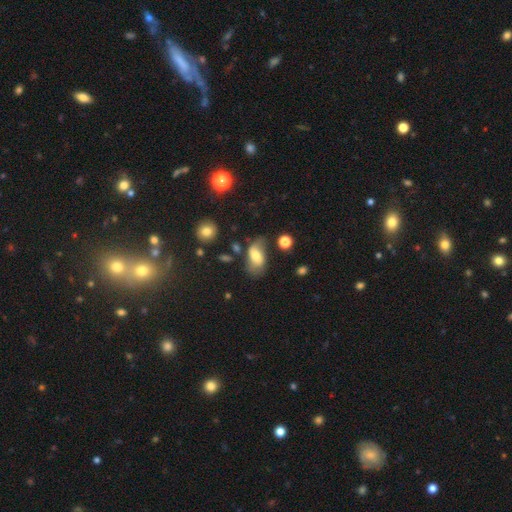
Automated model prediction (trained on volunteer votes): This appears to be a smooth galaxy with no disk features (61%) that is in between round and cigar-shaped (90%). Merging: none (48%).